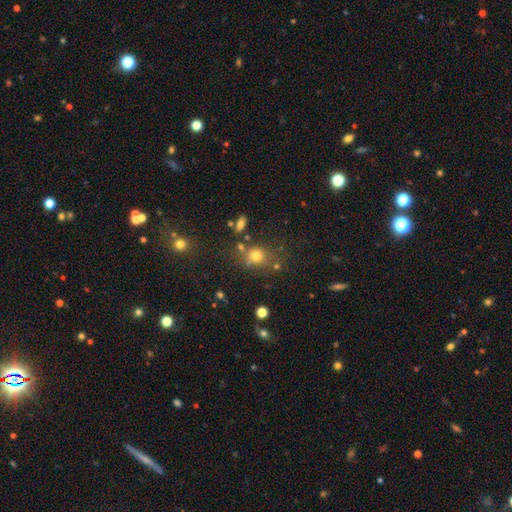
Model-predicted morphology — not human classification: smooth 69%, star or artifact 21%, featured or disk 10%. Down the decision tree: how rounded — round (73%); merging — none (63%).